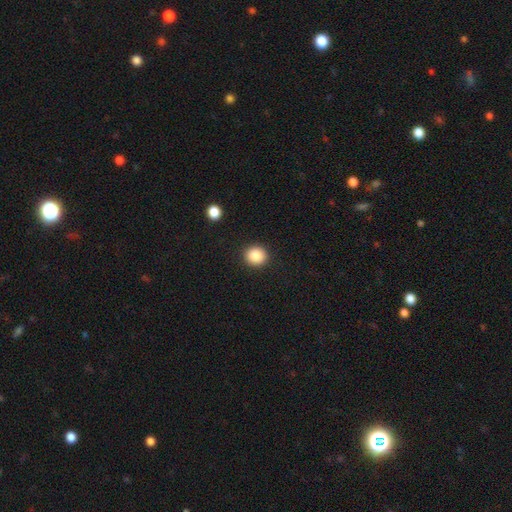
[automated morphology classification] This appears to be a smooth galaxy with no disk features (86%) that is round (86%). Merging: none (91%).